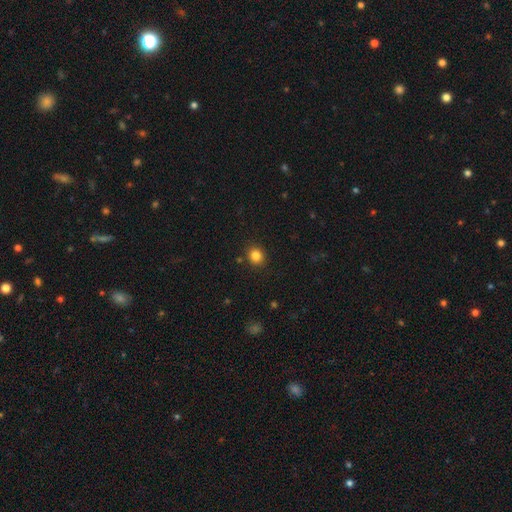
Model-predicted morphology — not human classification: This is clearly a smooth galaxy (84%). How rounded: clearly round (81%). Merging: clearly none (89%).